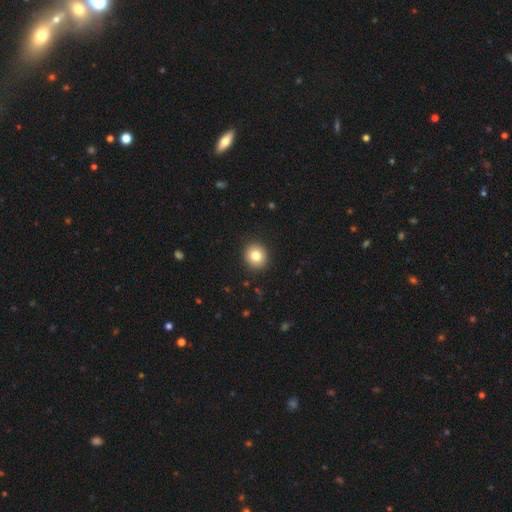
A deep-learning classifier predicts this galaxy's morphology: smooth 81%, star or artifact 10%, featured or disk 9%. Down the decision tree: how rounded — round (88%); merging — none (92%).